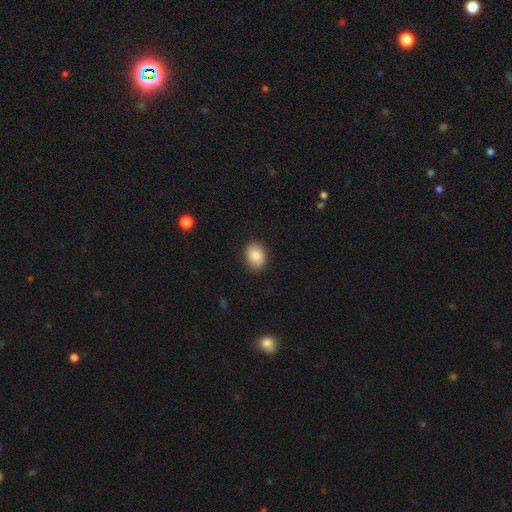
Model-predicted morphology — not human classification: Smooth or featured? Predicted: smooth (p=0.86). How rounded? Predicted: in between (p=0.72). Merging? Predicted: none (p=0.87).